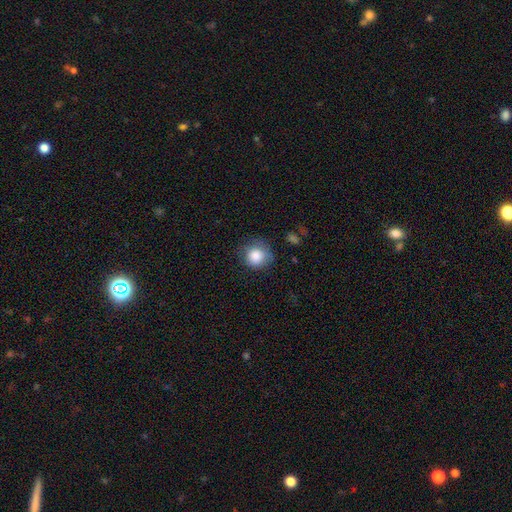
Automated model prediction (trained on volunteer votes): Smooth or featured? Predicted: smooth (p=0.84). How rounded? Predicted: round (p=0.87). Merging? Predicted: none (p=0.67).